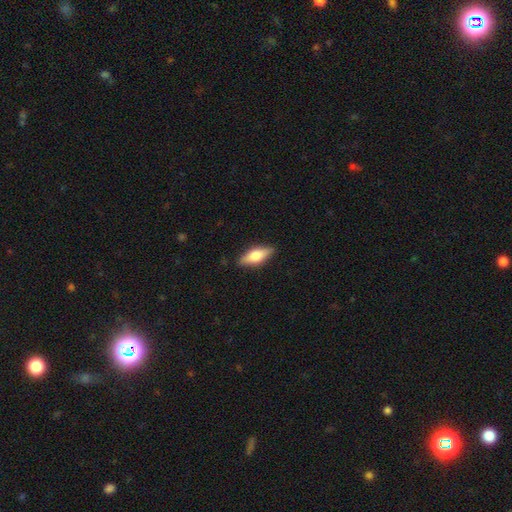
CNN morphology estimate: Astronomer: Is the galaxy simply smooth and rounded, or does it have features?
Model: smooth — 59% (runner-up: featured or disk, 35%).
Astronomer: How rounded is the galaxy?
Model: in between — 67%.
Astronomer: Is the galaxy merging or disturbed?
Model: none — 87%.